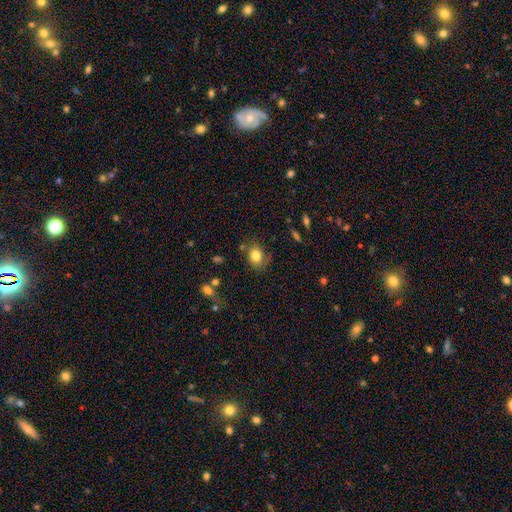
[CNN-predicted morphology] Smooth or featured: smooth — 79% (featured or disk — 11%)
How rounded: round — 57% (in between — 42%)
Merging: none — 69% (minor disturbance — 20%)